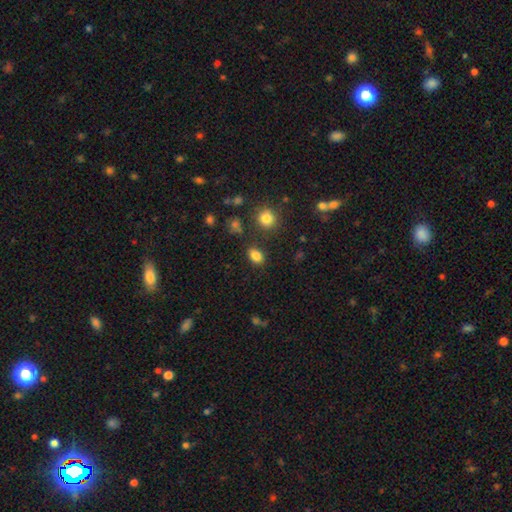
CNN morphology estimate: This appears to be a smooth galaxy with no disk features (84%) that is in between round and cigar-shaped (79%). Merging: none (81%).